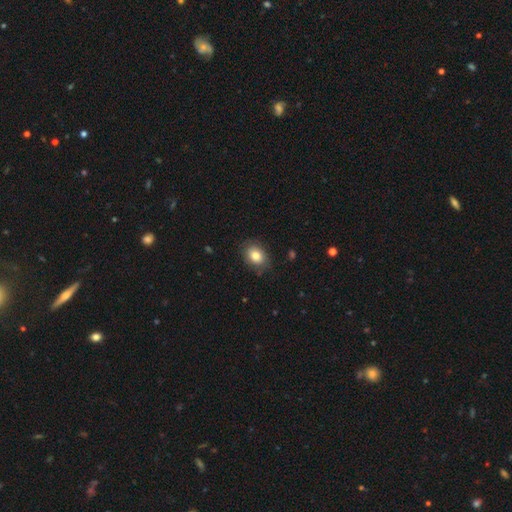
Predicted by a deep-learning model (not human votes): The model was most divided on "how rounded": in between: 62%, round: 37%, cigar-shaped: 1%. More confident: merging — none (82%); smooth or featured — smooth (80%).